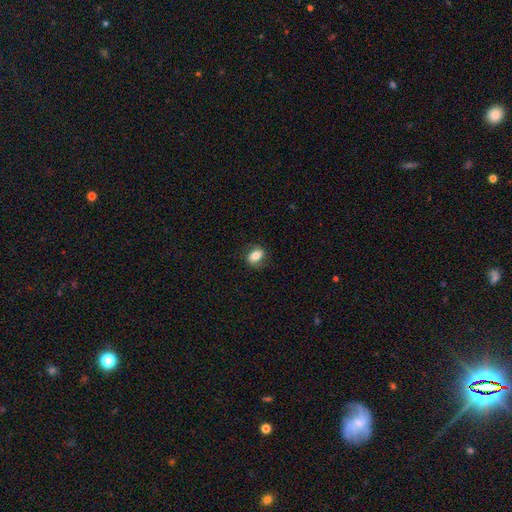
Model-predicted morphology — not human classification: smooth 73%, featured or disk 19%, star or artifact 8%. Down the decision tree: how rounded — in between (76%); merging — none (78%).